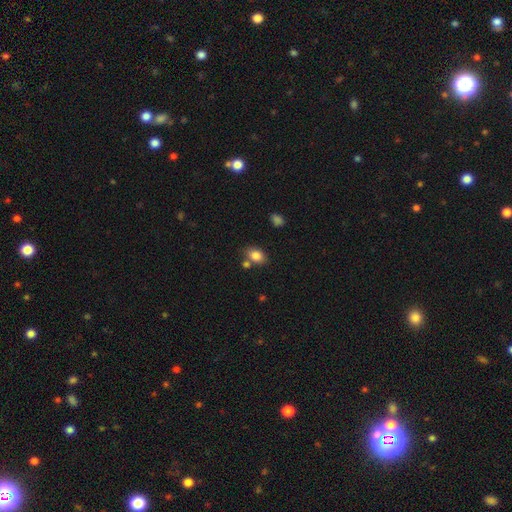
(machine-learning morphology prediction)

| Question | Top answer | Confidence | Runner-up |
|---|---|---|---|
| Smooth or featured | smooth | 83% | star or artifact (9%) |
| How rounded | in between | 73% | round (26%) |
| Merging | none | 65% | merger (16%) |